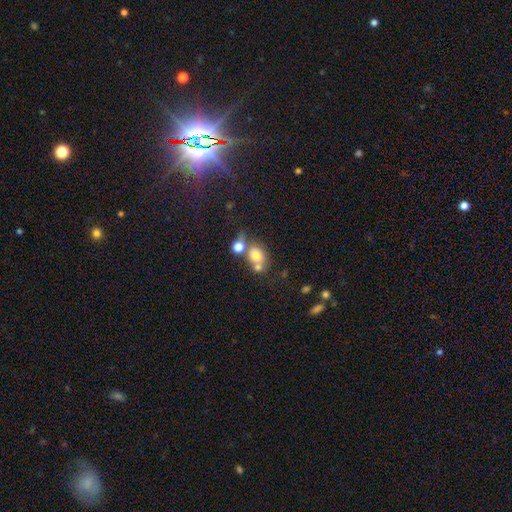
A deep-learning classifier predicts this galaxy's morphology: Smooth or featured: smooth — 73% (featured or disk — 15%)
How rounded: round — 56% (in between — 42%)
Merging: merger — 44% (none — 39%)